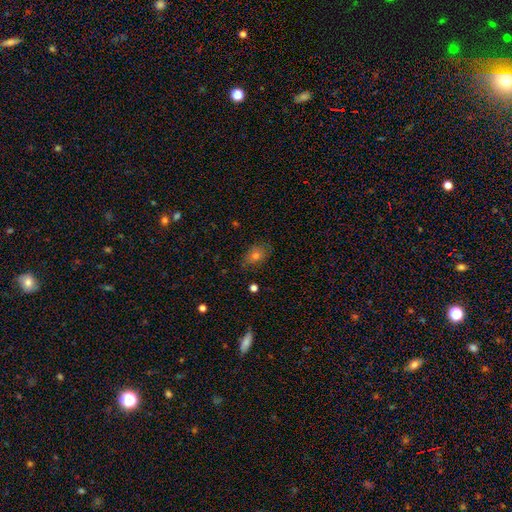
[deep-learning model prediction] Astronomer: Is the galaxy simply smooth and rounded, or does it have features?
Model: smooth — 64%.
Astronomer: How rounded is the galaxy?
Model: in between — 71%.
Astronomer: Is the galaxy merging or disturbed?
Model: none — 79%.